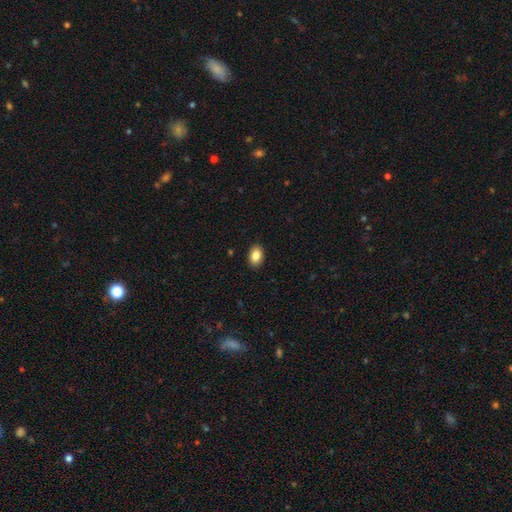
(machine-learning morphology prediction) Smooth or featured? smooth (86%)
How rounded? in between (84%)
Merging? none (90%)